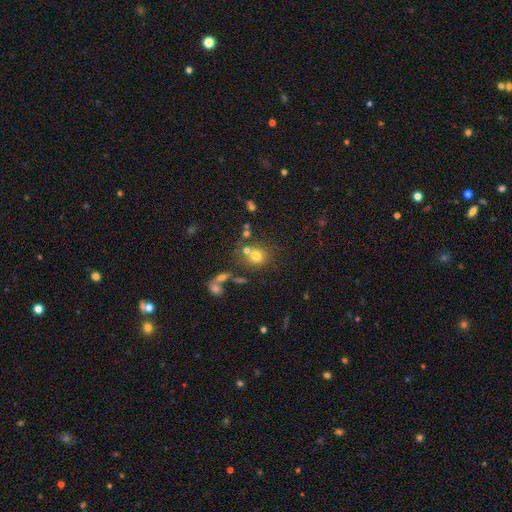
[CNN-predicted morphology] This is likely a smooth galaxy (72%). How rounded: likely round (79%). Merging: possibly none (56%).